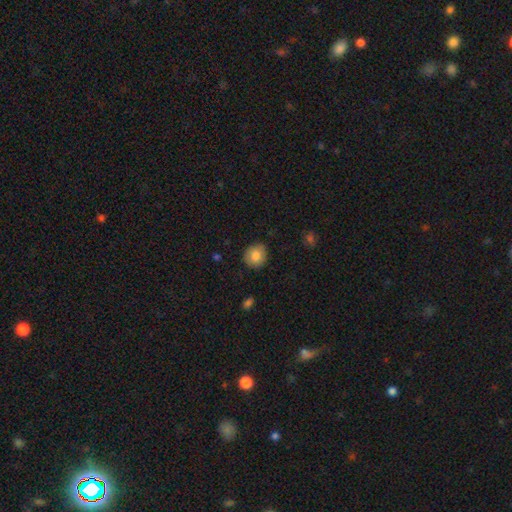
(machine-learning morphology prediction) The model was most divided on "how rounded": round: 83%, in between: 16%, cigar-shaped: 1%. More confident: merging — none (87%); smooth or featured — smooth (83%).